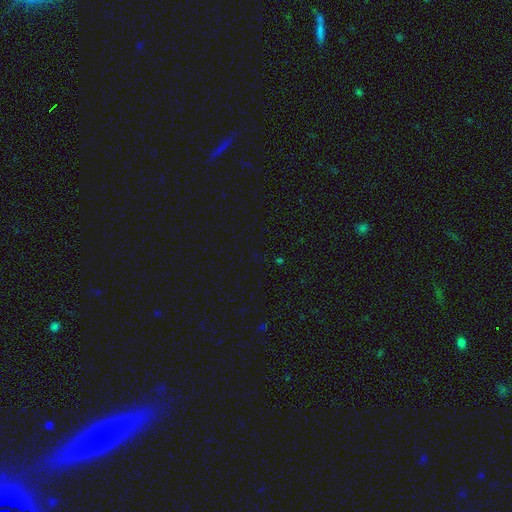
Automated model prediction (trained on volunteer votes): This appears to be a star or artifact, not a galaxy (68%).